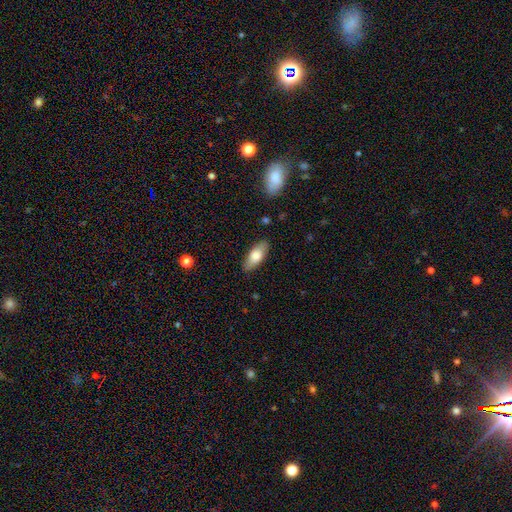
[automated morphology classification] A smooth galaxy with no disk features (74%) that is in between round and cigar-shaped (78%). Merging: none (86%).